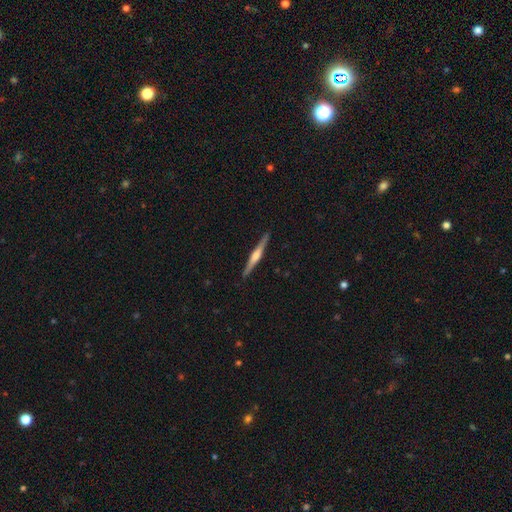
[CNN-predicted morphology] Overall: featured or disk (69%). Edge-on disk: yes (98%). Edge-on bulge: rounded (73%). Merging: none (91%).